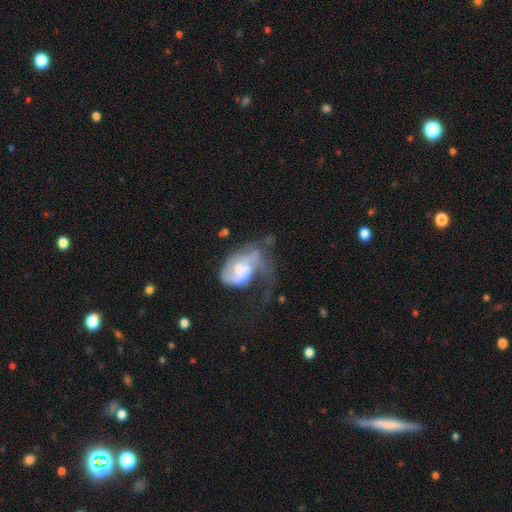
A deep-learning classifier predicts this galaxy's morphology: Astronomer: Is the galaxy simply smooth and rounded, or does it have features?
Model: featured or disk — 73%.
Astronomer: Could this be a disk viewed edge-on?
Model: no — 97%.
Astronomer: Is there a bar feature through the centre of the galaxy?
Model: no — 62%.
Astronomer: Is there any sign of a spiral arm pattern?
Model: yes — 83%.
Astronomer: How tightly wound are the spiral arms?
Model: loose — 40% (runner-up: medium, 38%).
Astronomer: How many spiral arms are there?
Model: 1 — 44% (runner-up: 2, 37%).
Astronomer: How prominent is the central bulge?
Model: moderate — 43% (runner-up: small, 35%).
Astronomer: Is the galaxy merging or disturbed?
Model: major disturbance — 49%.